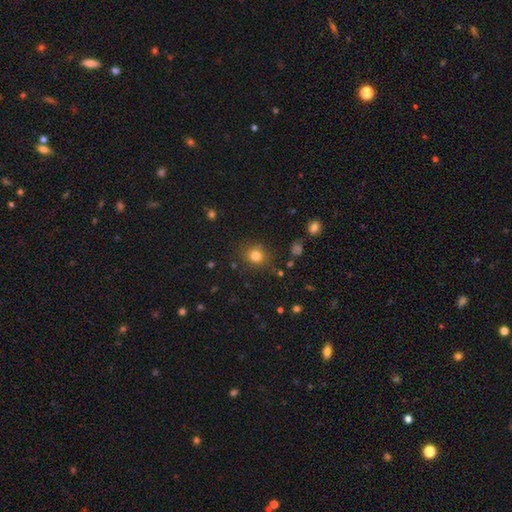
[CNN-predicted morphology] A smooth galaxy with no disk features (78%) that is round (81%). Merging: none (80%).